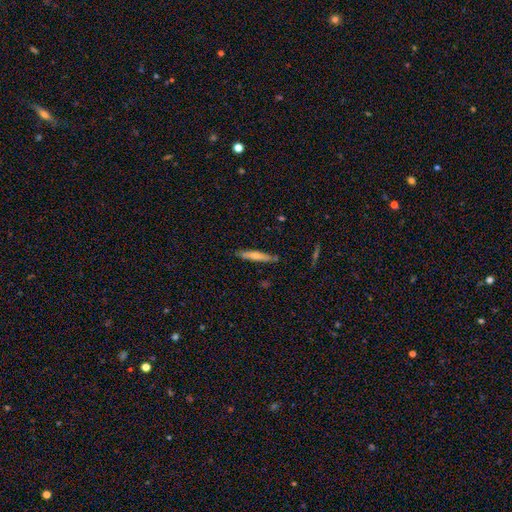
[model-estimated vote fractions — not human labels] Q: Smooth or featured?
A: smooth (62%); runner-up: featured or disk (32%)
Q: How rounded?
A: cigar-shaped (91%); runner-up: in between (8%)
Q: Merging?
A: none (82%); runner-up: minor disturbance (13%)